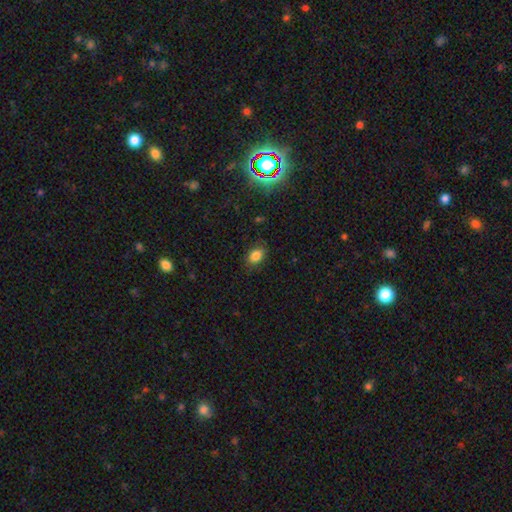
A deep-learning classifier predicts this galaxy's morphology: A smooth galaxy with no disk features (83%) that is in between round and cigar-shaped (80%).

Vote fractions:
- Smooth or featured? smooth: 83% / star or artifact: 11% / featured or disk: 7%
- How rounded? in between: 80% / round: 19% / cigar-shaped: 2%
- Merging? none: 82% / minor disturbance: 14% / major disturbance: 3% / merger: 1%